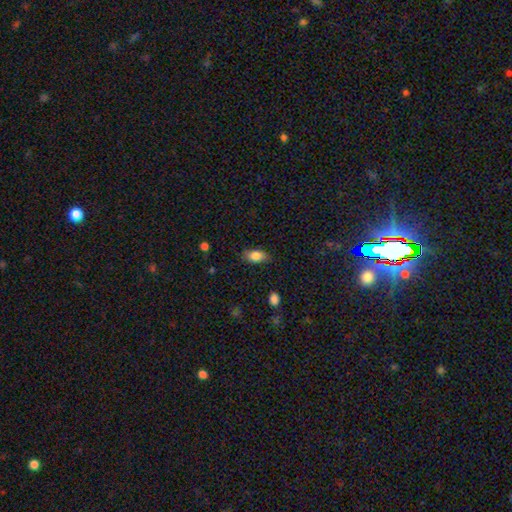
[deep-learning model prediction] This is clearly a smooth galaxy (83%). How rounded: clearly in between (88%). Merging: clearly none (81%).